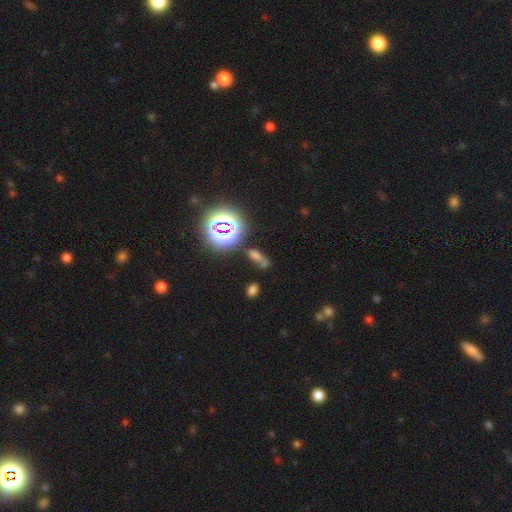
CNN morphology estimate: A smooth galaxy with no disk features (50%) that is in between round and cigar-shaped (58%).

Vote fractions:
- Smooth or featured? smooth: 50% / star or artifact: 36% / featured or disk: 13%
- How rounded? in between: 58% / cigar-shaped: 26% / round: 16%
- Merging? none: 48% / merger: 25% / minor disturbance: 16% / major disturbance: 11%